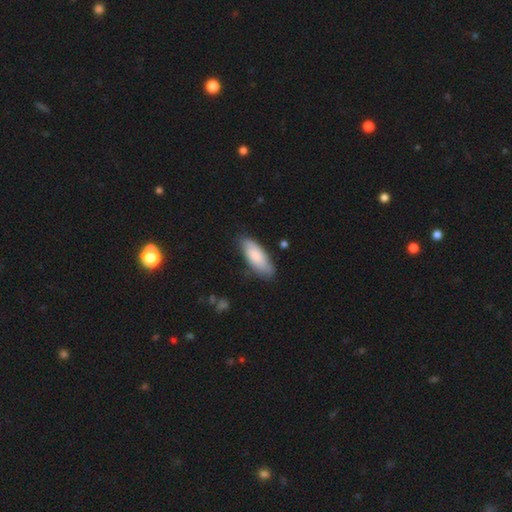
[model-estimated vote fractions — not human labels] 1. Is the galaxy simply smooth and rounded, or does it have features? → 76% smooth, 19% featured or disk, 6% star or artifact.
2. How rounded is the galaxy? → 76% in between, 22% cigar-shaped, 2% round.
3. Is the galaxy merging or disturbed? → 75% none, 20% minor disturbance, 4% major disturbance, 2% merger.